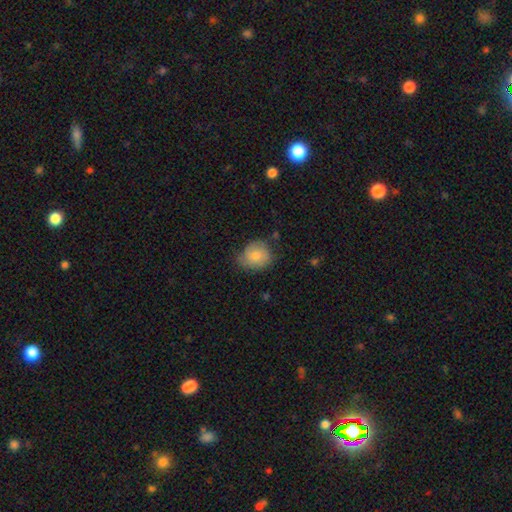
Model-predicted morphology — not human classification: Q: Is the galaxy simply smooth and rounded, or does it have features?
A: smooth — 69%.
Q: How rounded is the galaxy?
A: round — 72%.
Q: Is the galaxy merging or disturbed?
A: none — 62%.